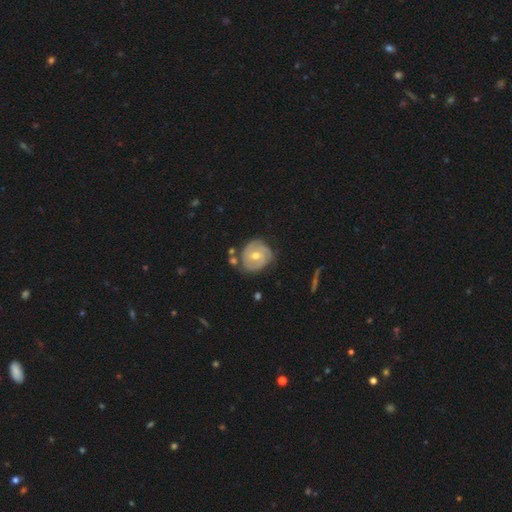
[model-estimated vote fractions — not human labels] This is likely a featured or disk galaxy (76%). It is clearly not viewed edge-on (97%). Bar: possibly no (56%). Spiral arm pattern: clearly yes (88%). Spiral arm count: possibly 2 (56%). Spiral winding: likely tight (68%). Central bulge: likely moderate (71%). Merging: likely none (71%).